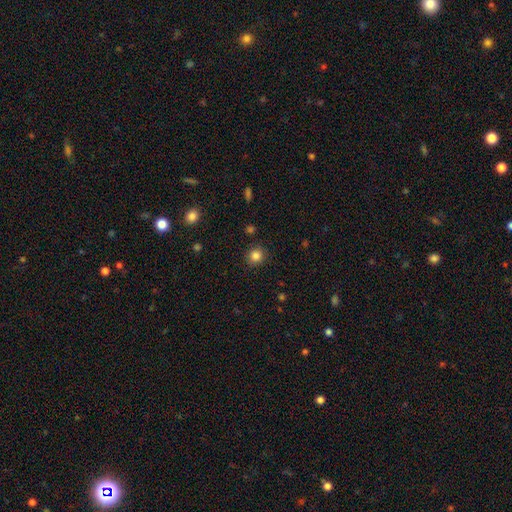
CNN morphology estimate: smooth_or_featured: smooth (p=0.84) [alt: star or artifact p=0.12]
how_rounded: round (p=0.88) [alt: in between p=0.11]
merging: none (p=0.89) [alt: minor disturbance p=0.07]